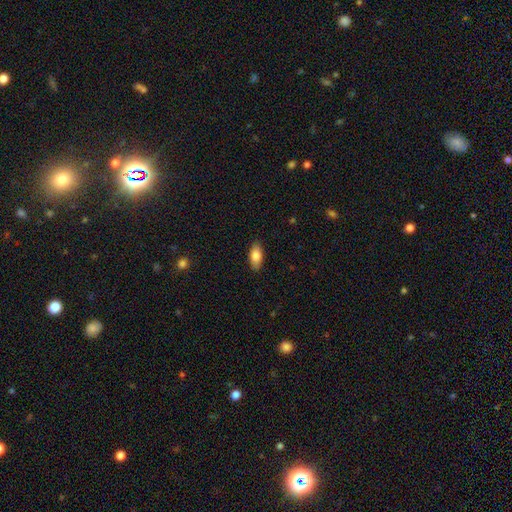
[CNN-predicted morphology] Smooth or featured? smooth (85%)
How rounded? in between (87%)
Merging? none (88%)